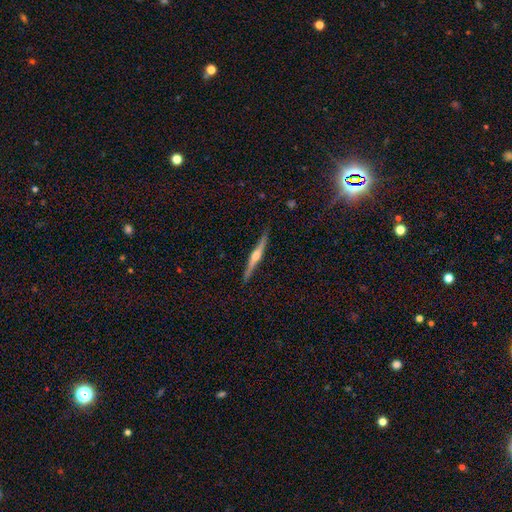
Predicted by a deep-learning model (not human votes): Smooth or featured? featured or disk (75%)
Edge-on disk? yes (98%)
Edge-on bulge? rounded (90%)
Merging? none (87%)